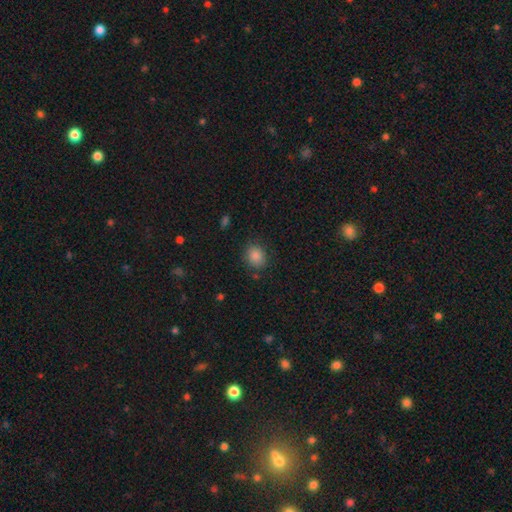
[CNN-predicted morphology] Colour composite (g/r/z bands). It shows a smooth galaxy with no disk features (86%) that is round (66%). Merging: none (83%).